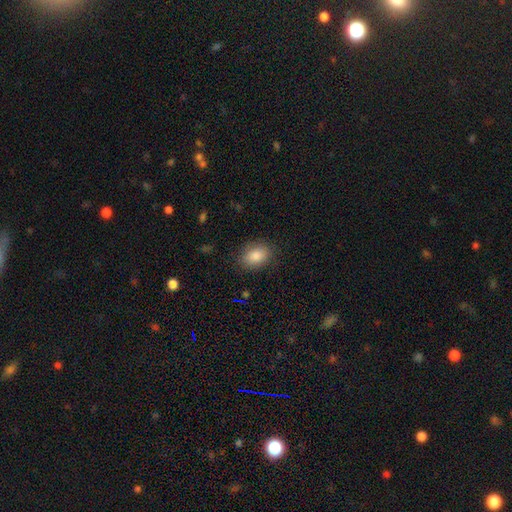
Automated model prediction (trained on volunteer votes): Q: Smooth or featured?
A: smooth (86%); runner-up: star or artifact (8%)
Q: How rounded?
A: in between (77%); runner-up: round (22%)
Q: Merging?
A: none (86%); runner-up: minor disturbance (11%)